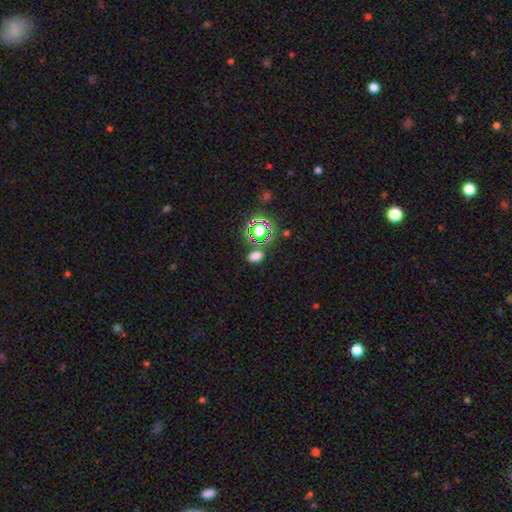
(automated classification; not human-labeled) smooth_or_featured: smooth (p=0.67) [alt: star or artifact p=0.27]
how_rounded: in between (p=0.77) [alt: round p=0.21]
merging: none (p=0.77) [alt: minor disturbance p=0.11]